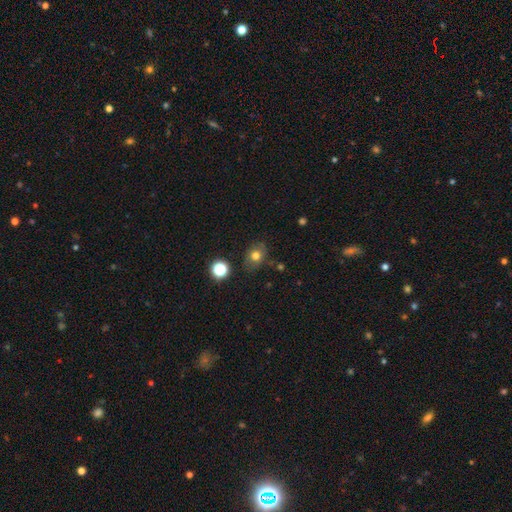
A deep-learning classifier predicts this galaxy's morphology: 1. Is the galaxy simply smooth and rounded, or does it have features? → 73% smooth, 14% star or artifact, 13% featured or disk.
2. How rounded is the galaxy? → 51% round, 48% in between, 1% cigar-shaped.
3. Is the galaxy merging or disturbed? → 75% none, 17% minor disturbance, 5% major disturbance, 4% merger.